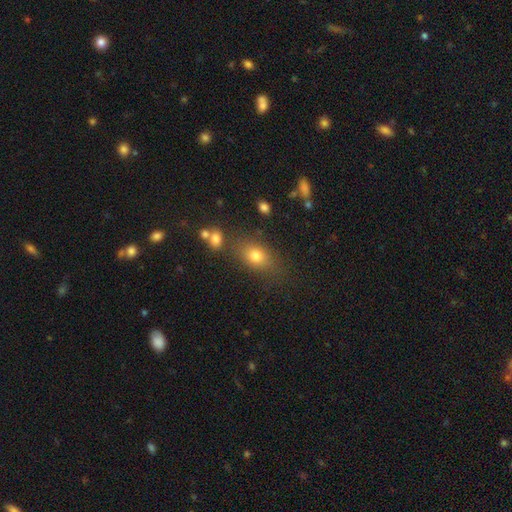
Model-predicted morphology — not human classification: A smooth galaxy with no disk features (75%) that is in between round and cigar-shaped (71%).

Vote fractions:
- Smooth or featured? smooth: 75% / star or artifact: 14% / featured or disk: 11%
- How rounded? in between: 71% / round: 26% / cigar-shaped: 3%
- Merging? none: 72% / minor disturbance: 15% / merger: 7% / major disturbance: 6%